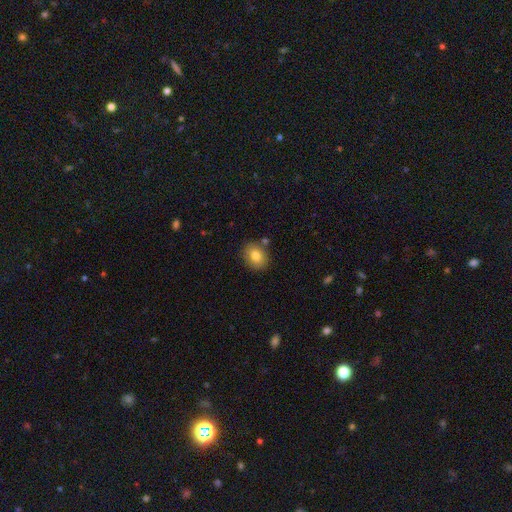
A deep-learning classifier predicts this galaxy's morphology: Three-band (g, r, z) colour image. It shows a smooth galaxy with no disk features (80%) that is round (57%). Merging: none (82%).